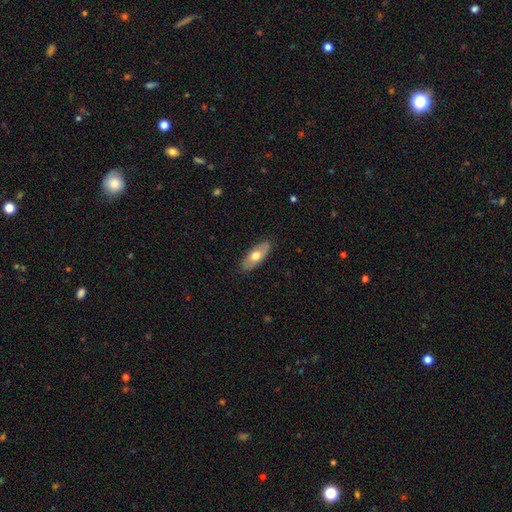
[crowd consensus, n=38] This appears to be a smooth galaxy with no disk features (76%) that is in between round and cigar-shaped (86%). Merging: none (80%).